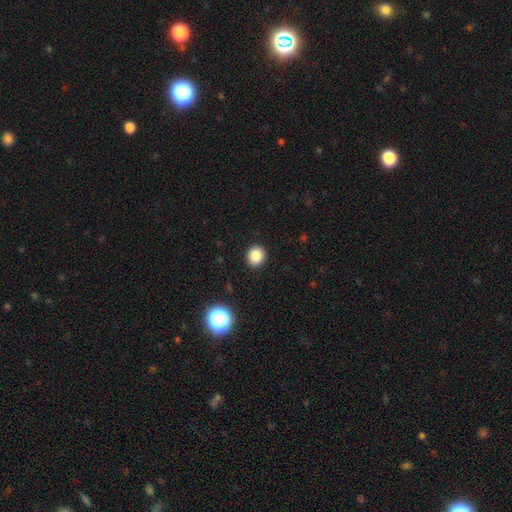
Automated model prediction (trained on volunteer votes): Smooth or featured? smooth (85%)
How rounded? round (87%)
Merging? none (92%)